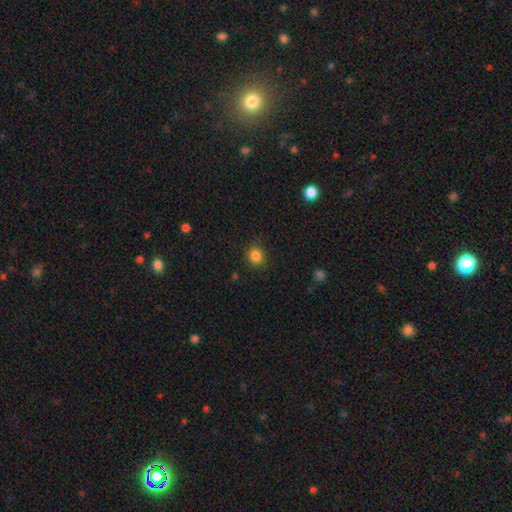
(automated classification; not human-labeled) A smooth galaxy with no disk features (84%) that is round (88%). Merging: none (87%).